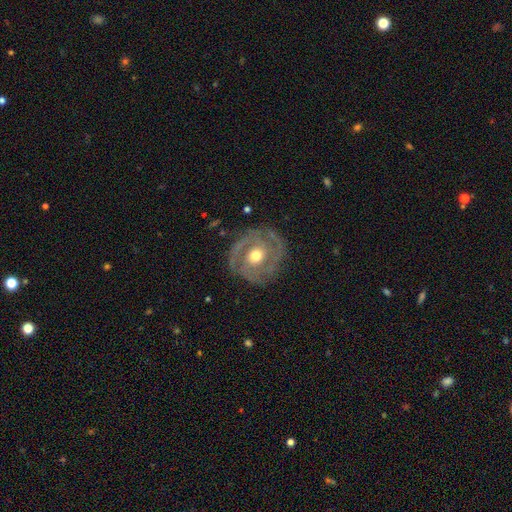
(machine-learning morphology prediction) smooth_or_featured: featured or disk (p=0.85) [alt: smooth p=0.10]
disk_edge_on: no (p=0.97) [alt: yes p=0.03]
bar: no (p=0.71) [alt: weak p=0.22]
has_spiral_arms: yes (p=0.91) [alt: no p=0.09]
spiral_winding: tight (p=0.62) [alt: medium p=0.31]
spiral_arm_count: 2 (p=0.37) [alt: 3 p=0.28]
bulge_size: moderate (p=0.77) [alt: small p=0.13]
merging: none (p=0.80) [alt: minor disturbance p=0.13]